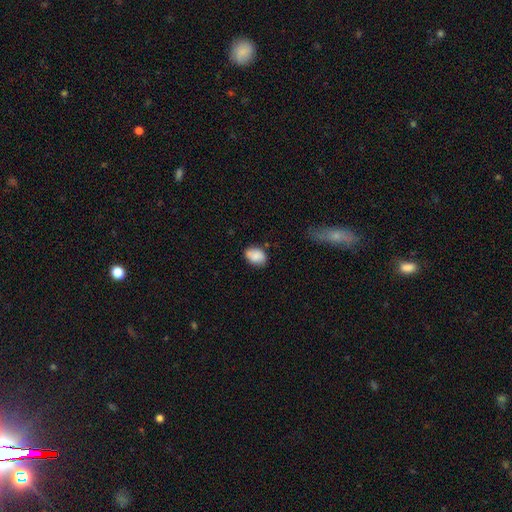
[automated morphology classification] Overall: smooth (83%). How rounded: in between (77%). Merging: none (73%).